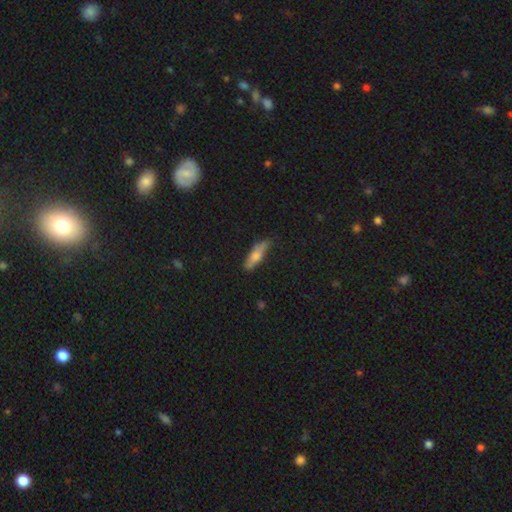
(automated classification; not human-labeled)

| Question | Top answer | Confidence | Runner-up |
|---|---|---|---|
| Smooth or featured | smooth | 65% | featured or disk (28%) |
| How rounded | cigar-shaped | 64% | in between (34%) |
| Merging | none | 71% | minor disturbance (23%) |